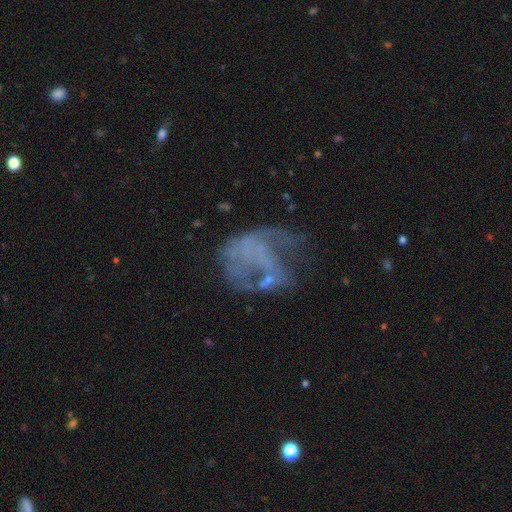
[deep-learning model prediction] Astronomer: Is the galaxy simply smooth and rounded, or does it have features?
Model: featured or disk — 62%.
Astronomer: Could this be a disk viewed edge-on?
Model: no — 98%.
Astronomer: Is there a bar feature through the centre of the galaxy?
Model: no — 86%.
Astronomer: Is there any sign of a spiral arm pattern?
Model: no — 74%.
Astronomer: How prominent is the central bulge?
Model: none — 84%.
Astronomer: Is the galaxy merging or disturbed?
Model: major disturbance — 46% (runner-up: none, 29%).